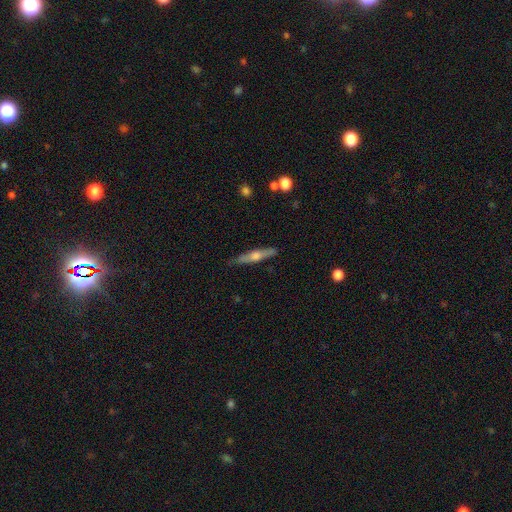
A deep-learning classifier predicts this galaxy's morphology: Smooth or featured: featured or disk — 62% (smooth — 32%)
Edge-on disk: yes — 95% (no — 5%)
Edge-on bulge: rounded — 89% (none — 6%)
Merging: none — 87% (minor disturbance — 10%)